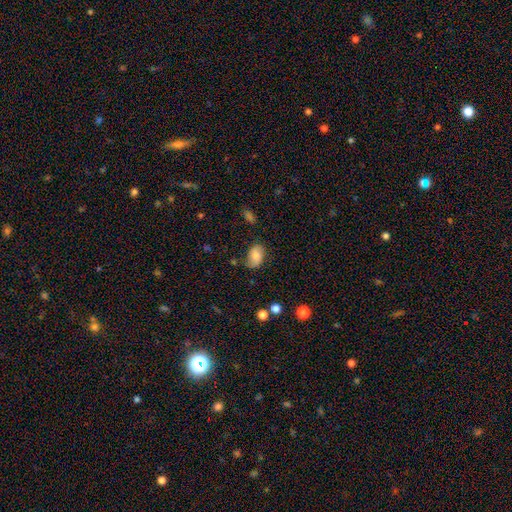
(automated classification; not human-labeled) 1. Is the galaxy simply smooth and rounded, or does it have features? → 69% smooth, 23% featured or disk, 9% star or artifact.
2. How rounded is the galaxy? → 86% in between, 13% round, 1% cigar-shaped.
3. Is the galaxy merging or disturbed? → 60% none, 28% minor disturbance, 9% major disturbance, 3% merger.